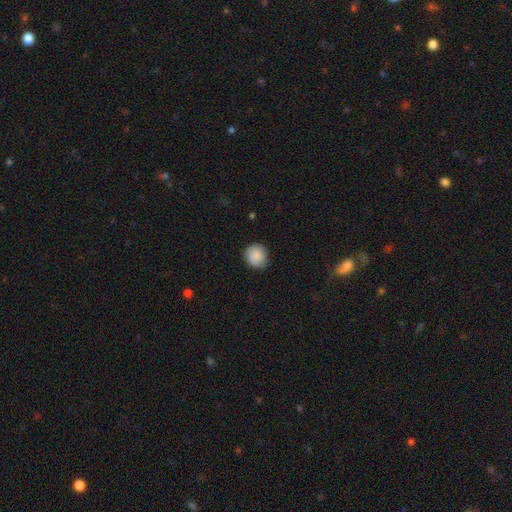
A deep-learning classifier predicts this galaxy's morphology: smooth-or-featured: smooth: 88% | star or artifact: 7% | featured or disk: 5%
  how-rounded: round: 90% | in between: 9% | cigar-shaped: 1%
  merging: none: 86% | minor disturbance: 10% | major disturbance: 2% | merger: 1%